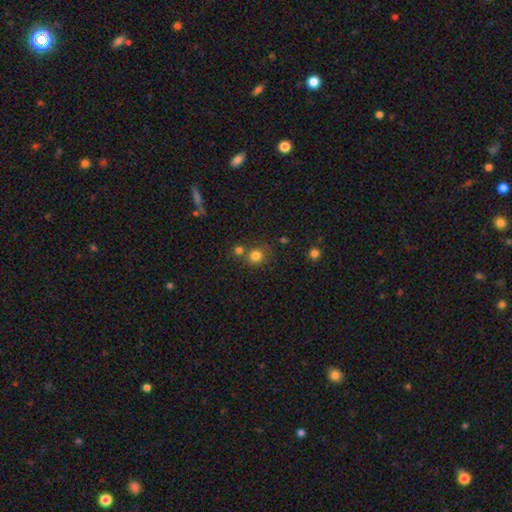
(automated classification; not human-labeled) Overall: smooth (80%). How rounded: round (87%). Merging: none (67%).